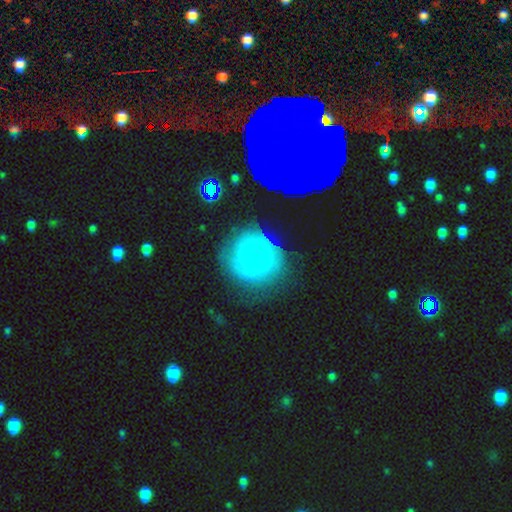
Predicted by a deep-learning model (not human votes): Overall: featured or disk (56%; smooth 33%). Edge-on disk: no (97%). Bar: no (56%; weak 36%). Spiral arms: yes (80%). Bulge size: small (68%). Merging: none (66%).